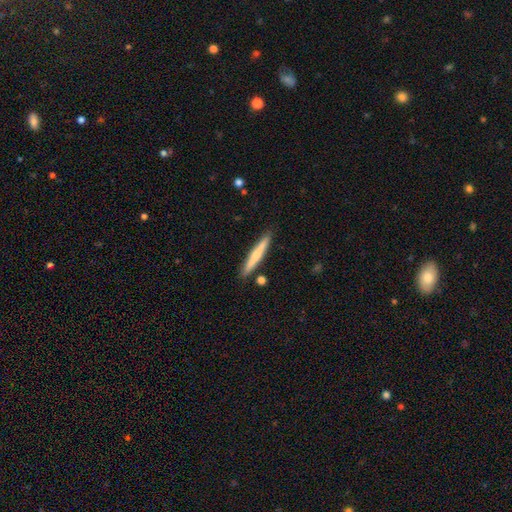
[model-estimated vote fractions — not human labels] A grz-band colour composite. It shows a smooth galaxy with no disk features (57%) that is cigar-shaped (95%). Merging: none (89%).